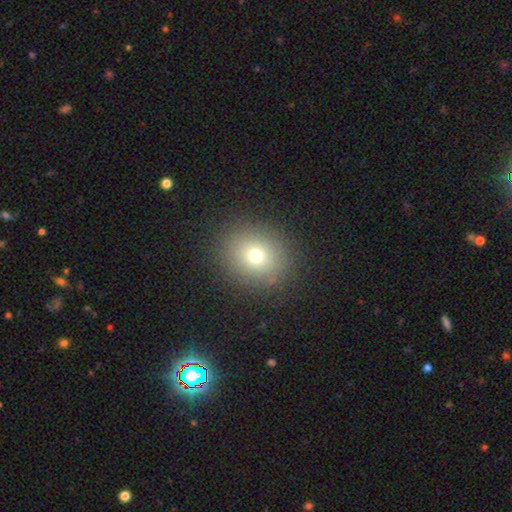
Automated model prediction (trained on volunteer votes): smooth_or_featured: smooth (p=0.73) [alt: star or artifact p=0.16]
how_rounded: round (p=0.73) [alt: in between p=0.26]
merging: none (p=0.88) [alt: minor disturbance p=0.07]